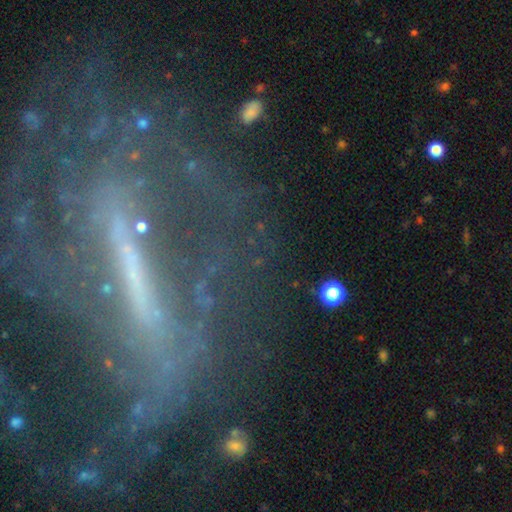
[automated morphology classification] A featured or disk galaxy (73%) with a strong bar (68%), spiral arms (61%) and no central bulge (36%).

Vote fractions:
- Smooth or featured? featured or disk: 73% / star or artifact: 15% / smooth: 11%
- Edge-on disk? no: 77% / yes: 23%
- Bar? strong: 68% / weak: 17% / no: 15%
- Spiral arms? yes: 61% / no: 39%
- Bulge size? none: 36% / small: 34% / moderate: 22% / large: 6% / dominant: 3%
- Merging? none: 56% / major disturbance: 21% / minor disturbance: 18% / merger: 5%